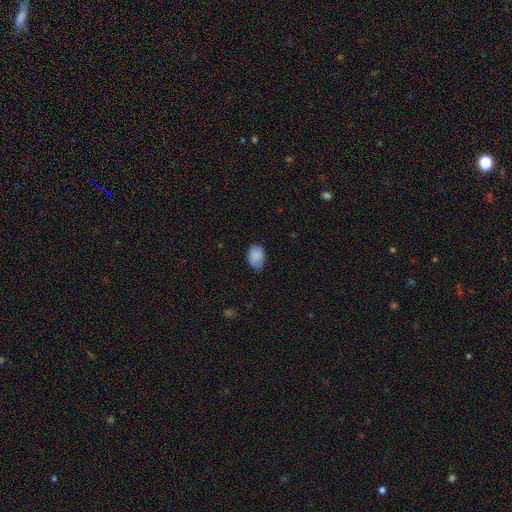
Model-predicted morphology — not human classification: Smooth or featured?
  - smooth: 84% *
  - featured or disk: 8%
  - star or artifact: 8%
How rounded?
  - in between: 80% *
  - round: 19%
  - cigar-shaped: 1%
Merging?
  - none: 62% *
  - minor disturbance: 31%
  - major disturbance: 6%
  - merger: 1%